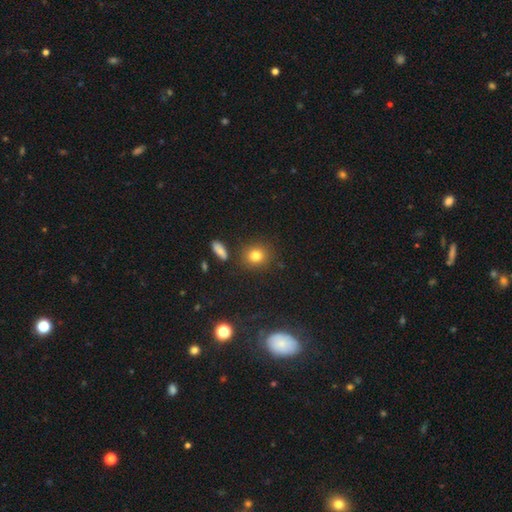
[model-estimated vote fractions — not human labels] Morphology: type=smooth (79%); roundness=round (80%); merging=none (84%).